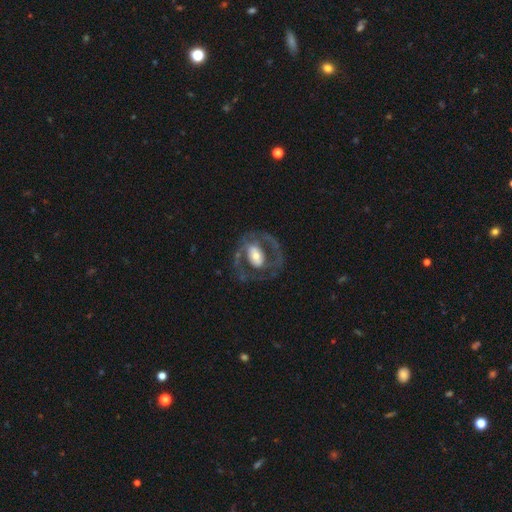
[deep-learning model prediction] This is likely a featured or disk galaxy (74%). It is clearly not viewed edge-on (96%). Bar: marginally no (39%). Spiral arm pattern: likely yes (66%). Central bulge: possibly moderate (48%). Merging: likely none (63%).